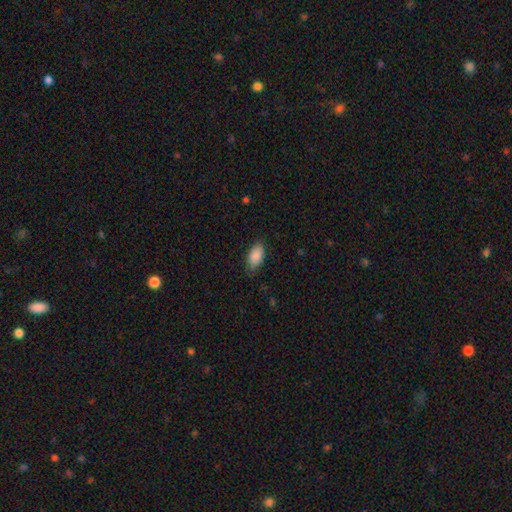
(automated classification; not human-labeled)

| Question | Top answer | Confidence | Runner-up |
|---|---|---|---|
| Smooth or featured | smooth | 88% | star or artifact (6%) |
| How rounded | in between | 93% | round (4%) |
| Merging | none | 75% | minor disturbance (20%) |